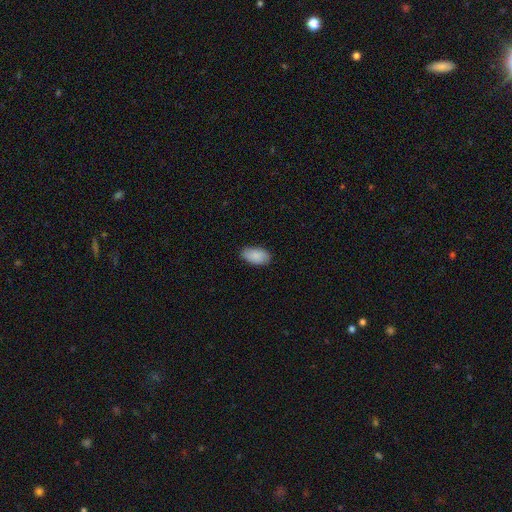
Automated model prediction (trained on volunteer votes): This appears to be a smooth galaxy with no disk features (90%) that is in between round and cigar-shaped (95%). Merging: none (84%).